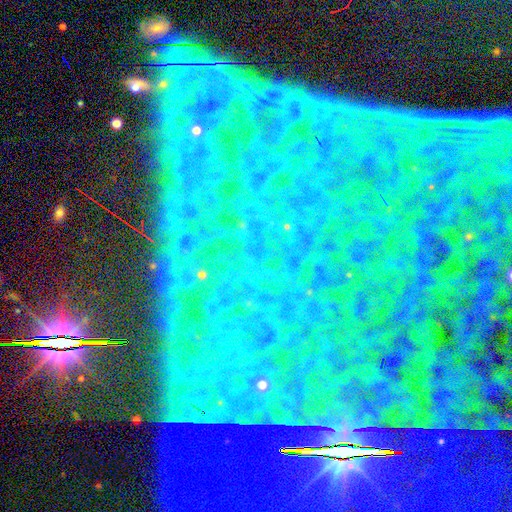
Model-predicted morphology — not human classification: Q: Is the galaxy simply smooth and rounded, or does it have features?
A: star or artifact — 84%.